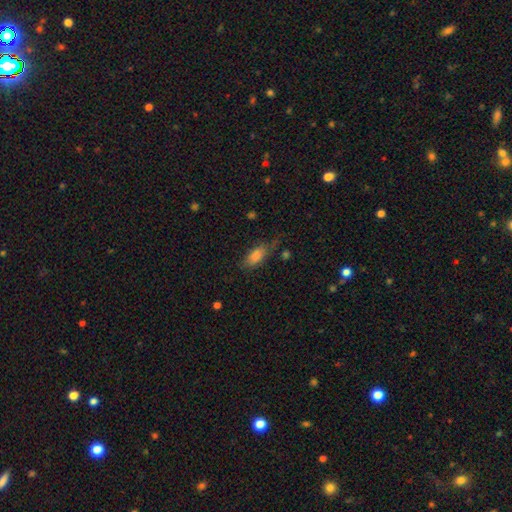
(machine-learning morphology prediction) smooth-or-featured: smooth: 77% | featured or disk: 14% | star or artifact: 10%
  how-rounded: in between: 81% | cigar-shaped: 15% | round: 4%
  merging: none: 60% | minor disturbance: 27% | major disturbance: 11% | merger: 3%